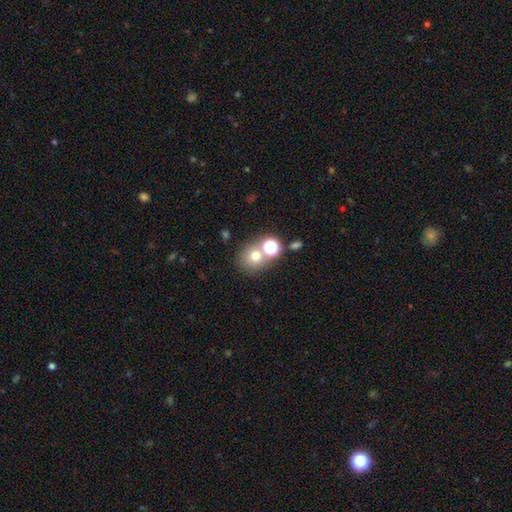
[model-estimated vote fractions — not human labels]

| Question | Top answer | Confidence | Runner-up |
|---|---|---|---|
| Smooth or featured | smooth | 70% | star or artifact (19%) |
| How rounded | round | 85% | in between (14%) |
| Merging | none | 59% | merger (29%) |